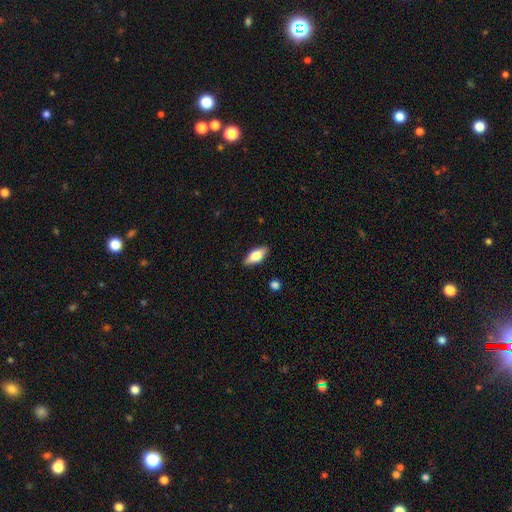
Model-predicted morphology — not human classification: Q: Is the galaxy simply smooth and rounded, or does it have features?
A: smooth — 65%.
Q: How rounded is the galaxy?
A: in between — 81%.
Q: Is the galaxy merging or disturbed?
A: none — 86%.